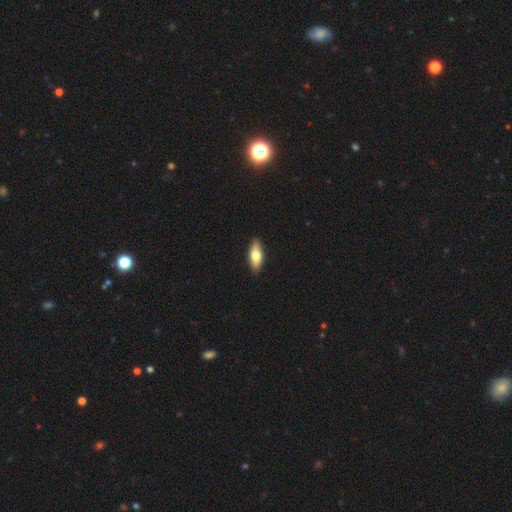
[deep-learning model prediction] Smooth or featured? Predicted: smooth (p=0.72). How rounded? Predicted: in between (p=0.78). Merging? Predicted: none (p=0.90).